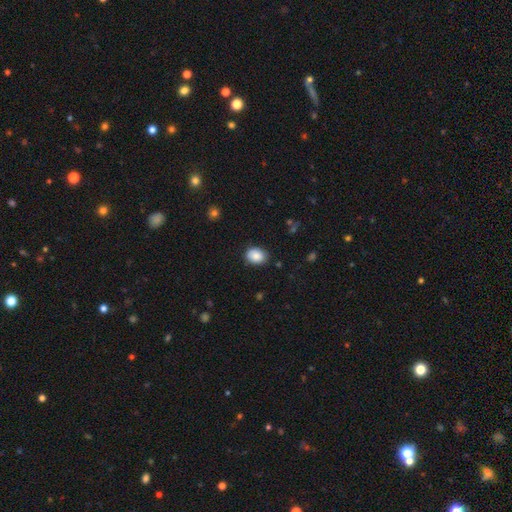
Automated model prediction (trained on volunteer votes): Overall: smooth (87%). How rounded: in between (64%; round 35%). Merging: none (82%).